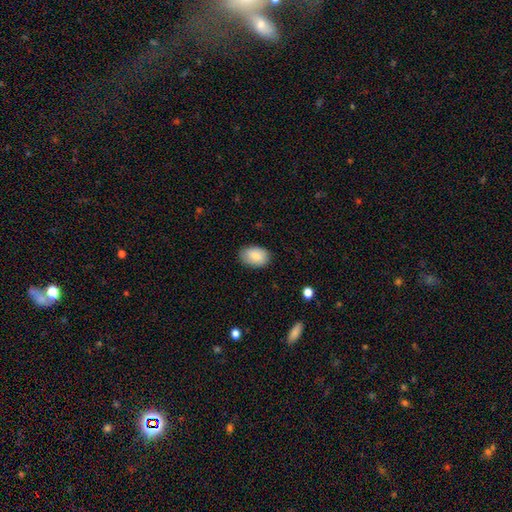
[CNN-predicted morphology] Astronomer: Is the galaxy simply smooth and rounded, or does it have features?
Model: smooth — 85%.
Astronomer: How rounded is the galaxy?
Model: in between — 88%.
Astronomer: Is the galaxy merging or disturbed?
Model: none — 81%.